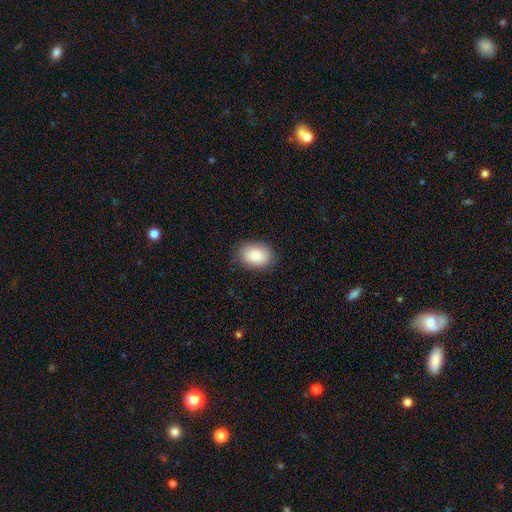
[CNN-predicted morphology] This is clearly a smooth galaxy (87%). How rounded: clearly in between (81%). Merging: clearly none (83%).